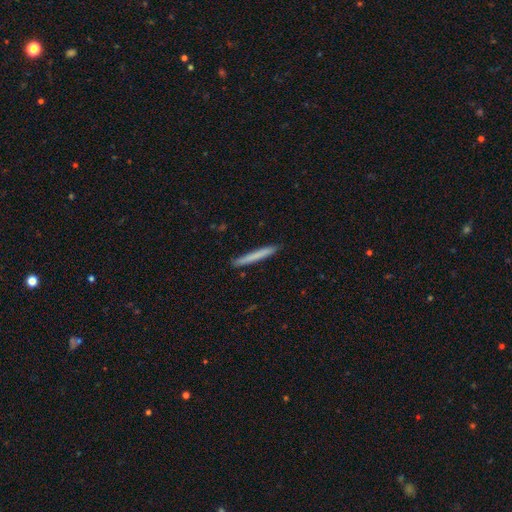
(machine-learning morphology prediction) Smooth or featured?
  - smooth: 72% *
  - featured or disk: 22%
  - star or artifact: 6%
How rounded?
  - cigar-shaped: 97% *
  - in between: 2%
  - round: 1%
Merging?
  - none: 91% *
  - minor disturbance: 7%
  - major disturbance: 1%
  - merger: 1%